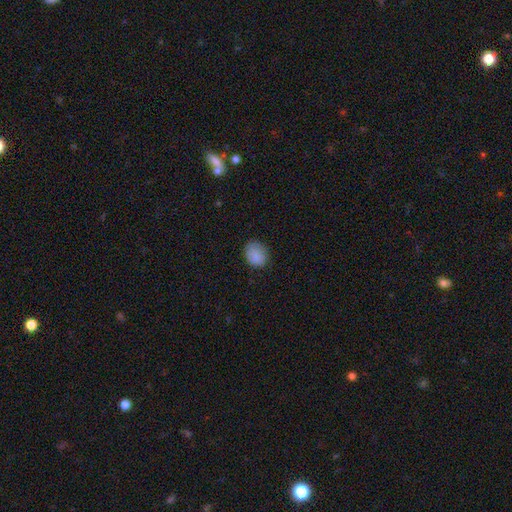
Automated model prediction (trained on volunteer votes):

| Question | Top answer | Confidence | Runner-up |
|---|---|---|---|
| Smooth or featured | smooth | 86% | star or artifact (9%) |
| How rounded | in between | 54% | round (45%) |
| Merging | none | 74% | minor disturbance (21%) |